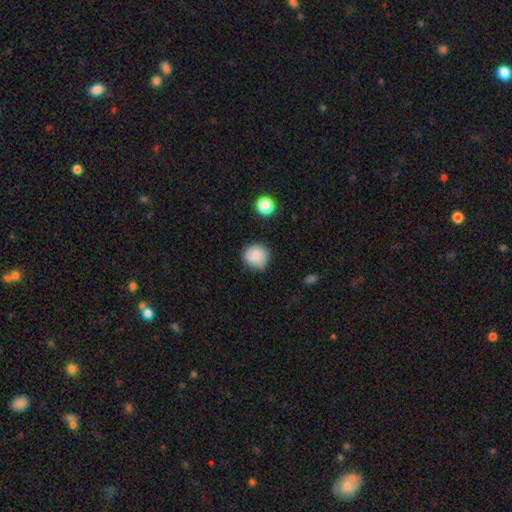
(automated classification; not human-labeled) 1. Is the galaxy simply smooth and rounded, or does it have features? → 79% smooth, 12% featured or disk, 9% star or artifact.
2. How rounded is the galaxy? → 90% round, 9% in between, 1% cigar-shaped.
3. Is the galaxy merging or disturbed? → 76% none, 18% minor disturbance, 4% major disturbance, 2% merger.